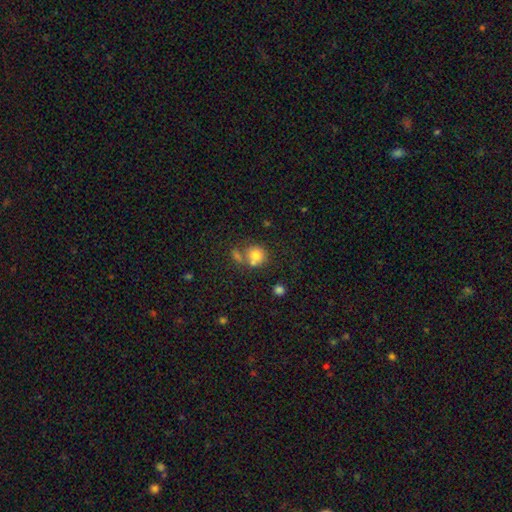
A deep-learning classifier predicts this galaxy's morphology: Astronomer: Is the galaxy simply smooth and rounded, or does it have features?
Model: smooth — 75%.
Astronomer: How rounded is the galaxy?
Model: round — 85%.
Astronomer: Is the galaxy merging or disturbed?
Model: none — 53% (runner-up: merger, 30%).